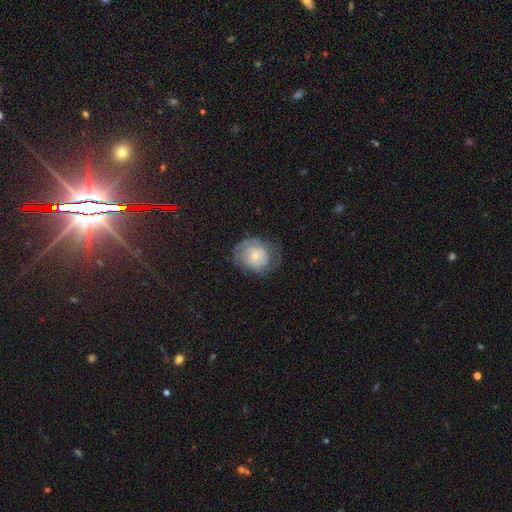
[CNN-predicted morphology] A featured or disk galaxy (47%). Merging: none (65%).